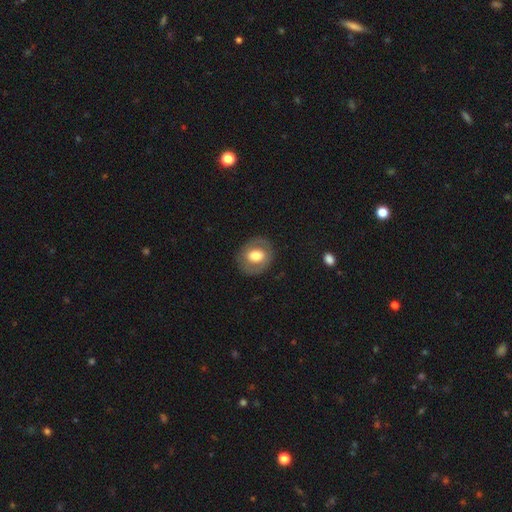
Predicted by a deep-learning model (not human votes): Morphology: type=smooth (56%); roundness=round (59%); merging=none (82%).